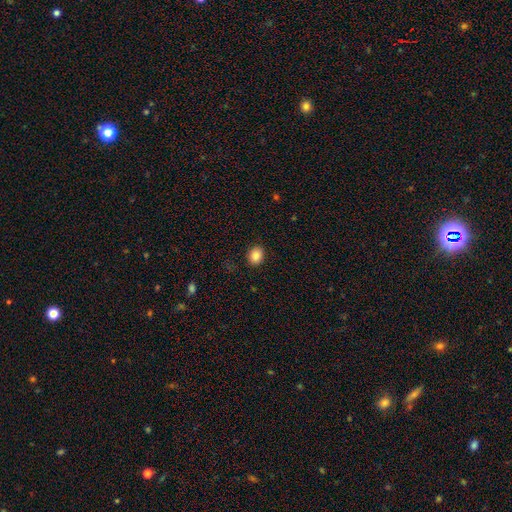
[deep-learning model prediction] Smooth or featured? smooth (86%)
How rounded? round (54%)
Merging? none (89%)